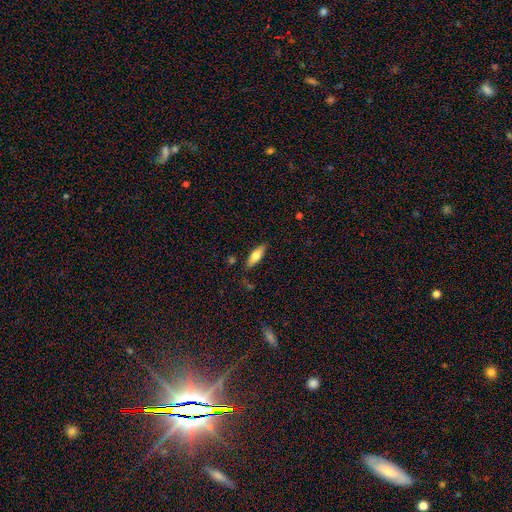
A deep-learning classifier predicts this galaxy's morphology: Overall: smooth (67%). How rounded: in between (57%; cigar-shaped 41%). Merging: none (81%).